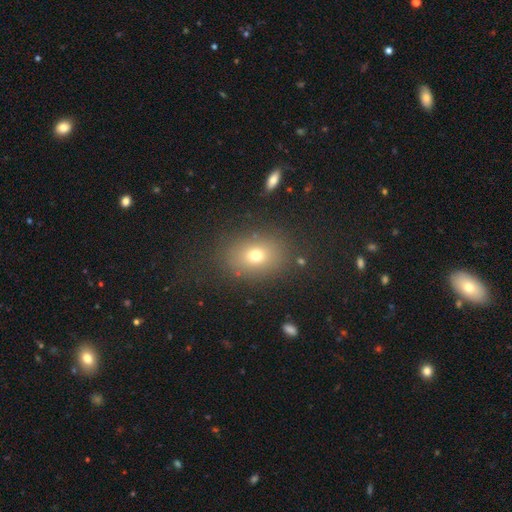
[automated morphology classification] smooth-or-featured: smooth: 70% | star or artifact: 16% | featured or disk: 14%
  how-rounded: in between: 57% | round: 41% | cigar-shaped: 1%
  merging: none: 82% | minor disturbance: 10% | major disturbance: 5% | merger: 2%